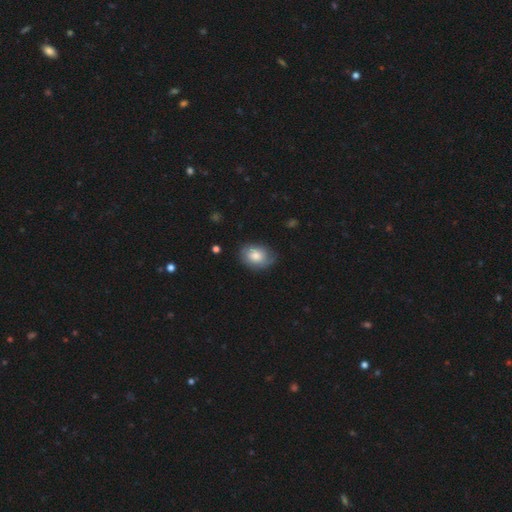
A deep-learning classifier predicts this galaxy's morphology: Overall: smooth (74%). How rounded: in between (69%; round 30%). Merging: none (70%).